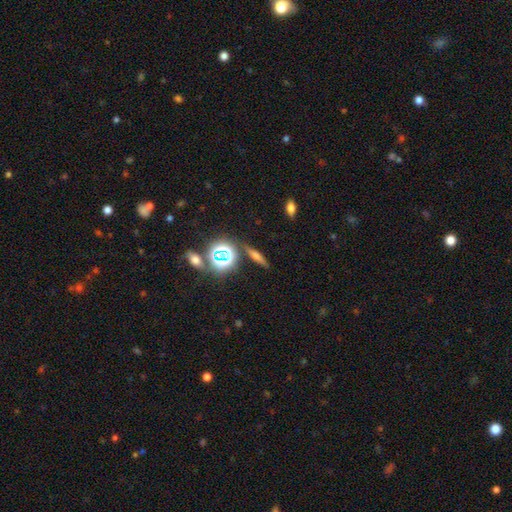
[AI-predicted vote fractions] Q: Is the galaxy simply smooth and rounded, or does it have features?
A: smooth — 43%.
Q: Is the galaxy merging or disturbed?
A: none — 84%.